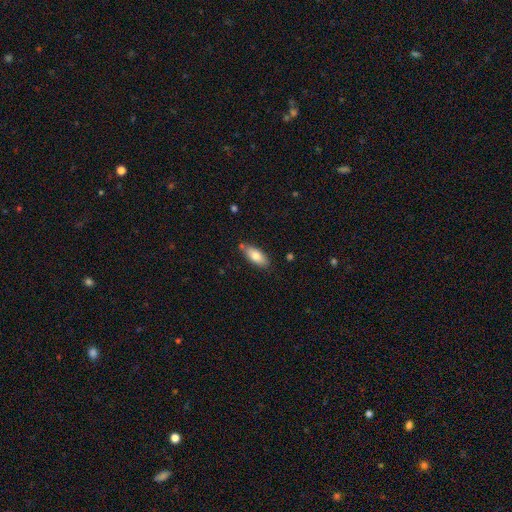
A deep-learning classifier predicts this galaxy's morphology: Smooth or featured? Predicted: smooth (p=0.77). How rounded? Predicted: in between (p=0.81). Merging? Predicted: none (p=0.78).